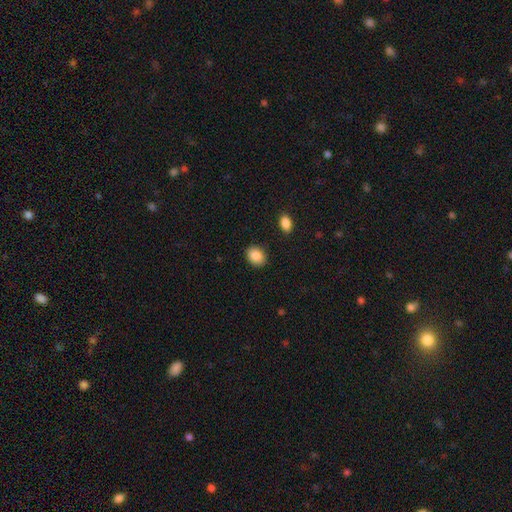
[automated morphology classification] Smooth or featured? smooth (88%)
How rounded? in between (61%)
Merging? none (87%)